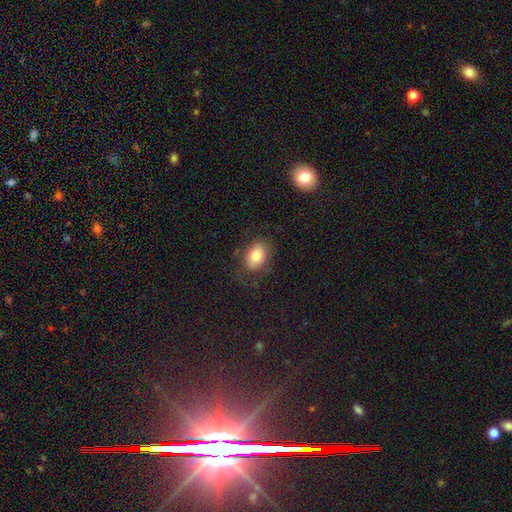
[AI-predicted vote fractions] This appears to be a smooth galaxy with no disk features (80%) that is in between round and cigar-shaped (78%). Merging: none (73%).